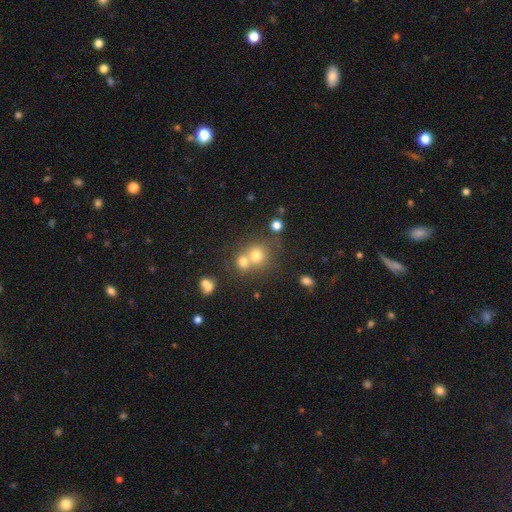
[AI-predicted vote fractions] This is likely a smooth galaxy (71%). How rounded: clearly round (83%). Merging: possibly merger (49%).